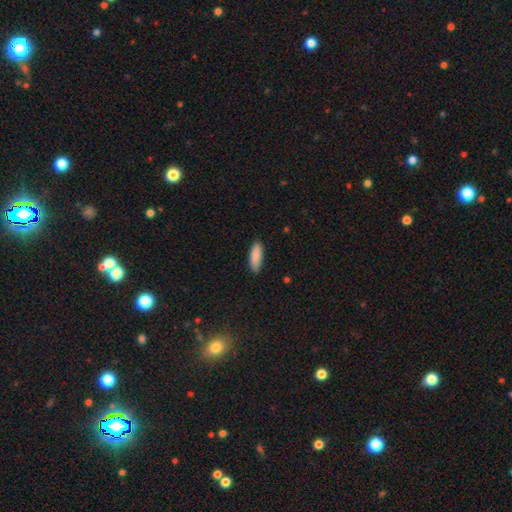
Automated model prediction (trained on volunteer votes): Overall: smooth (88%). How rounded: in between (59%; cigar-shaped 39%). Merging: none (85%).